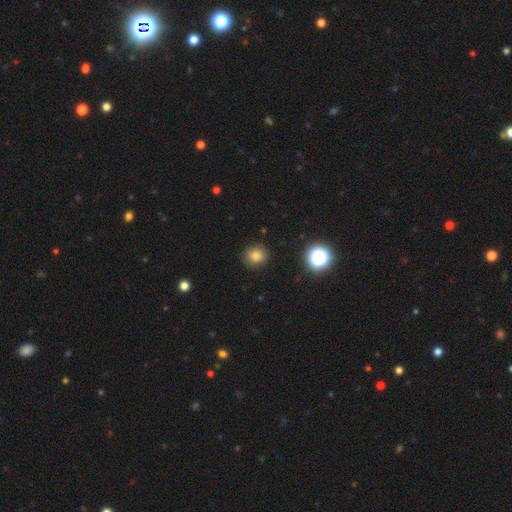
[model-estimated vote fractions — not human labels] Smooth or featured?
  - smooth: 80% *
  - star or artifact: 14%
  - featured or disk: 5%
How rounded?
  - round: 79% *
  - in between: 20%
  - cigar-shaped: 1%
Merging?
  - none: 86% *
  - minor disturbance: 10%
  - major disturbance: 3%
  - merger: 1%